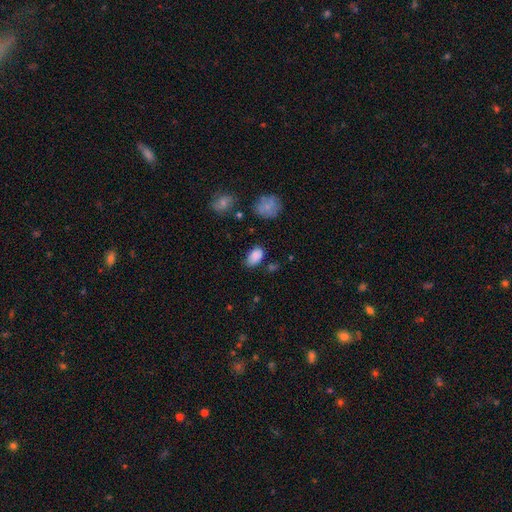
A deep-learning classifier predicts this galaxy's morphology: A smooth galaxy with no disk features (86%) that is in between round and cigar-shaped (92%). Merging: none (75%).